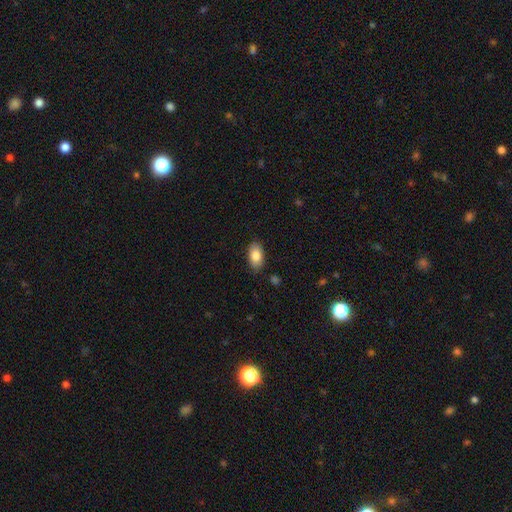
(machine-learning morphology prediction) smooth_or_featured: smooth (p=0.84) [alt: featured or disk p=0.10]
how_rounded: in between (p=0.93) [alt: round p=0.05]
merging: none (p=0.85) [alt: minor disturbance p=0.11]